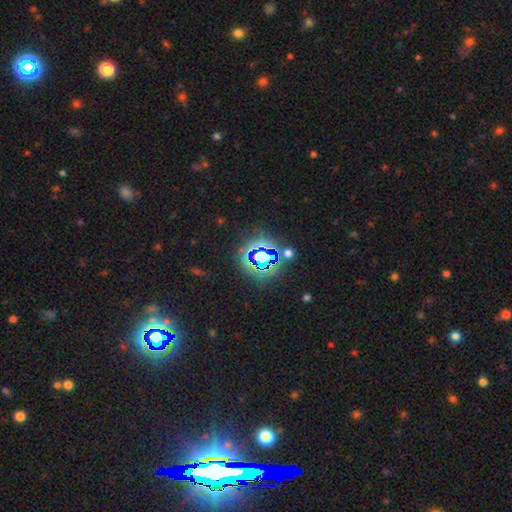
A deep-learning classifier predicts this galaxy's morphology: Overall: star or artifact (76%).